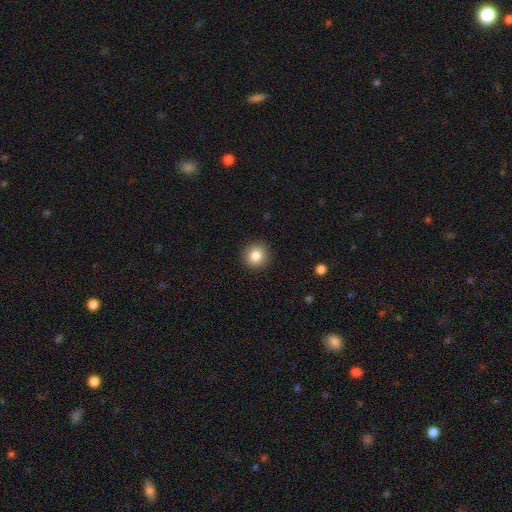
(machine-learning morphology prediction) A smooth galaxy with no disk features (84%) that is round (93%). Merging: none (92%).